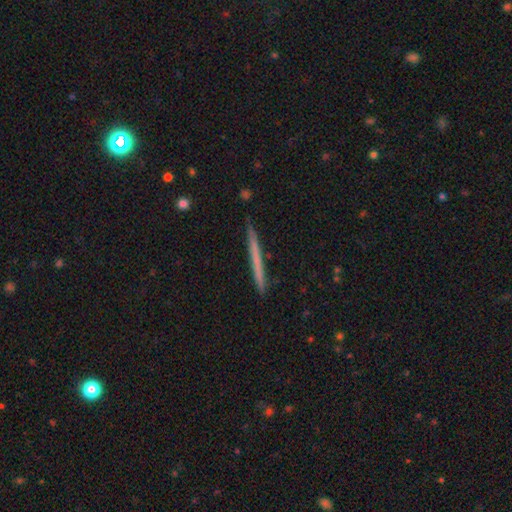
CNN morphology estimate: The model was most divided on "smooth or featured": smooth: 53%, featured or disk: 41%, star or artifact: 5%. More confident: how rounded — cigar-shaped (97%); merging — none (91%).